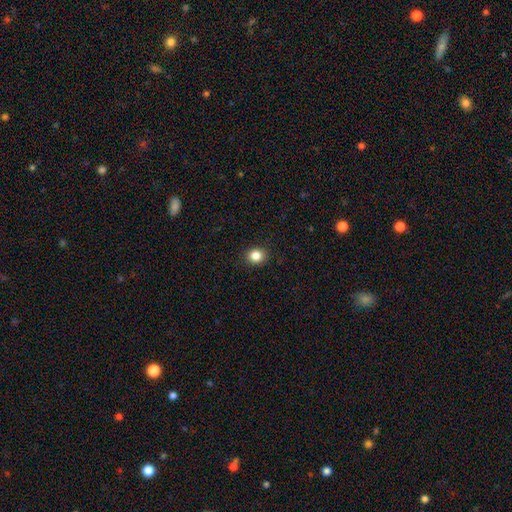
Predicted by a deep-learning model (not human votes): smooth 84%, star or artifact 11%, featured or disk 5%. Down the decision tree: how rounded — round (76%); merging — none (91%).